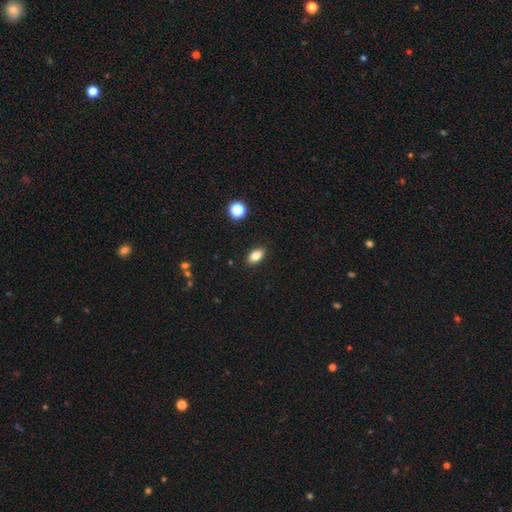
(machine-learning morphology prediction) Smooth or featured: smooth — 81% (star or artifact — 10%)
How rounded: in between — 88% (round — 9%)
Merging: none — 88% (minor disturbance — 8%)